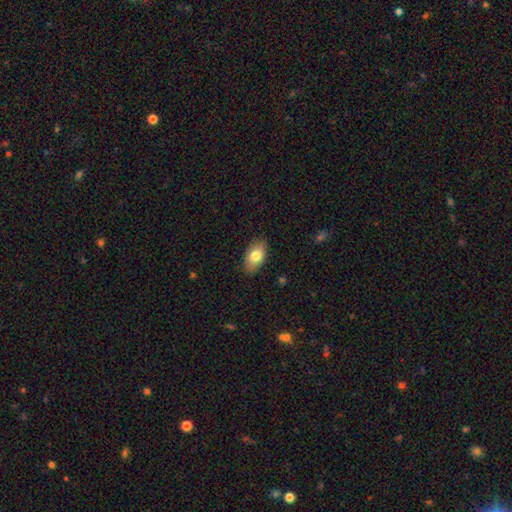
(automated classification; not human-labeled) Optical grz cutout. It shows a smooth galaxy with no disk features (79%) that is in between round and cigar-shaped (92%). Merging: none (87%).